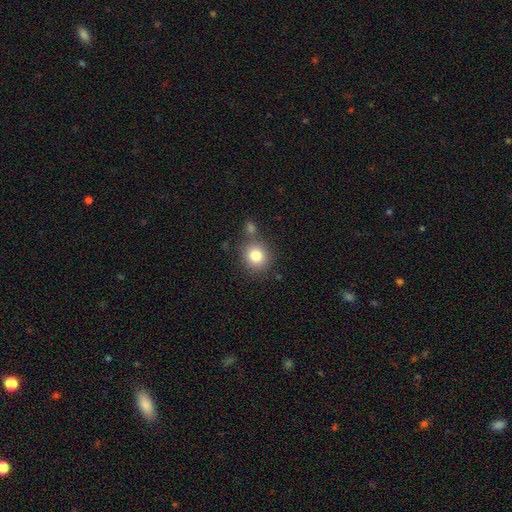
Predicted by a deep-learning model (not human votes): smooth_or_featured: smooth (p=0.81) [alt: star or artifact p=0.11]
how_rounded: round (p=0.89) [alt: in between p=0.10]
merging: none (p=0.72) [alt: merger p=0.14]